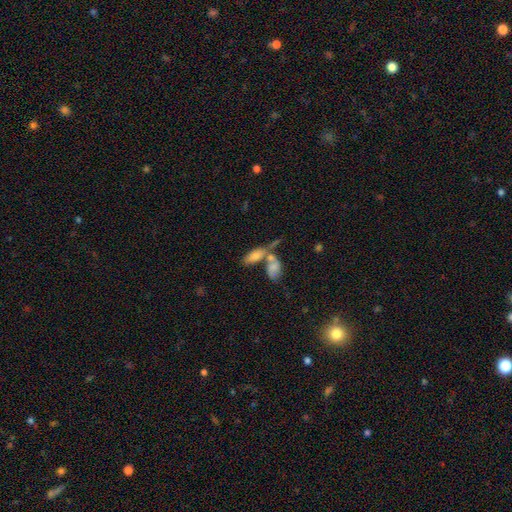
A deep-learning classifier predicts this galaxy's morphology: smooth 69%, featured or disk 22%, star or artifact 9%. Down the decision tree: how rounded — in between (81%); merging — merger (49%).